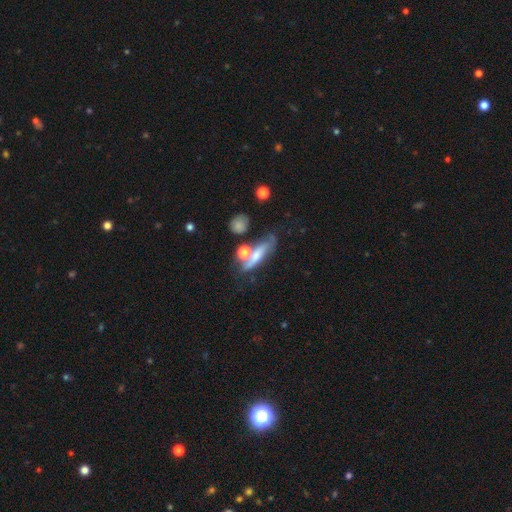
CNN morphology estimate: This appears to be a smooth galaxy with no disk features (49%). Merging: none (40%).